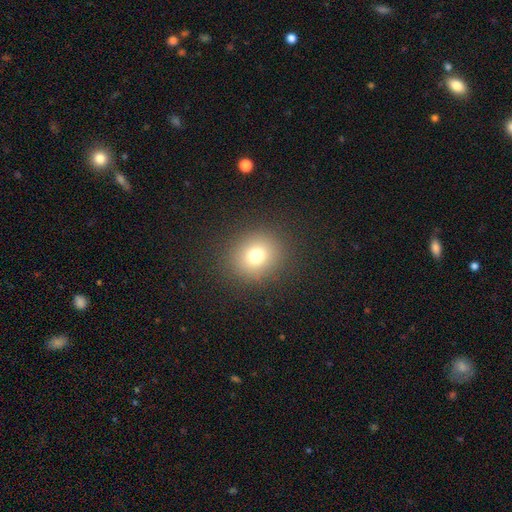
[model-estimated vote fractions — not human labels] Smooth or featured?
  - smooth: 75% *
  - star or artifact: 15%
  - featured or disk: 10%
How rounded?
  - round: 79% *
  - in between: 20%
  - cigar-shaped: 1%
Merging?
  - none: 88% *
  - minor disturbance: 7%
  - major disturbance: 4%
  - merger: 1%